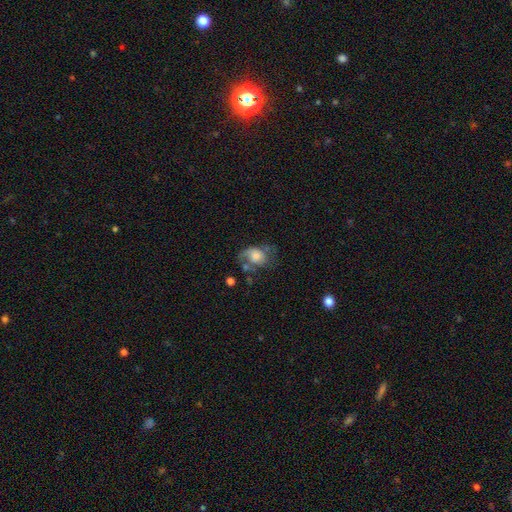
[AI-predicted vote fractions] smooth_or_featured: smooth (p=0.49) [alt: featured or disk p=0.41]
merging: none (p=0.34) [alt: major disturbance p=0.31]